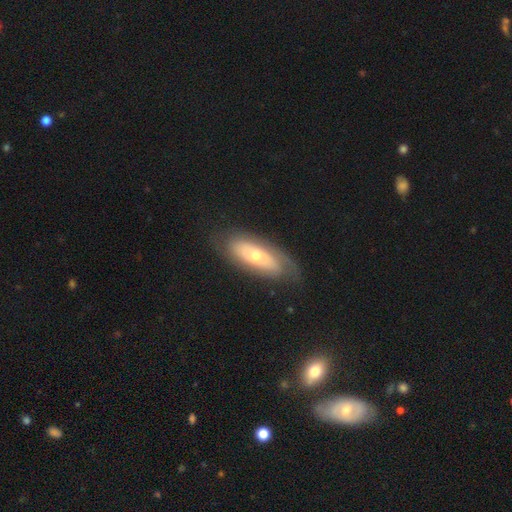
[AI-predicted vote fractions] featured or disk 55%, smooth 39%, star or artifact 6%. Down the decision tree: edge-on disk — no (79%); merging — none (70%).